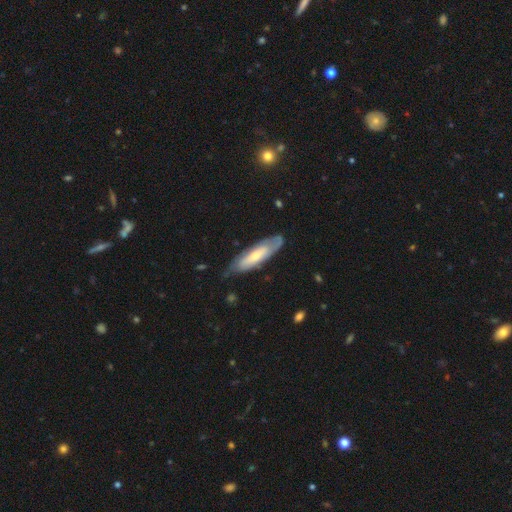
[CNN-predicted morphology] A featured or disk galaxy (49%).

Vote fractions:
- Smooth or featured? featured or disk: 49% / smooth: 45% / star or artifact: 5%
- Merging? none: 67% / minor disturbance: 25% / major disturbance: 7% / merger: 2%